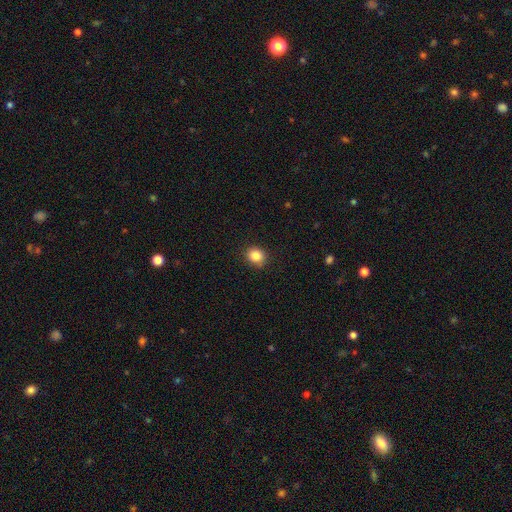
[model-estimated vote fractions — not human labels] Smooth or featured? Predicted: smooth (p=0.85). How rounded? Predicted: round (p=0.70). Merging? Predicted: none (p=0.87).